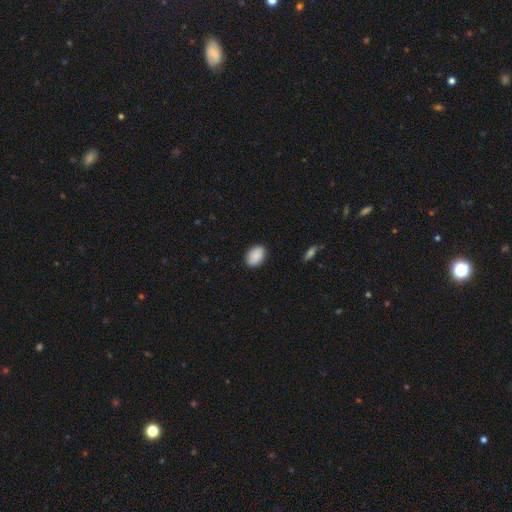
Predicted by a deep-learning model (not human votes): smooth-or-featured: smooth: 90% | star or artifact: 7% | featured or disk: 4%
  how-rounded: in between: 87% | round: 12% | cigar-shaped: 1%
  merging: none: 87% | minor disturbance: 10% | major disturbance: 2% | merger: 1%